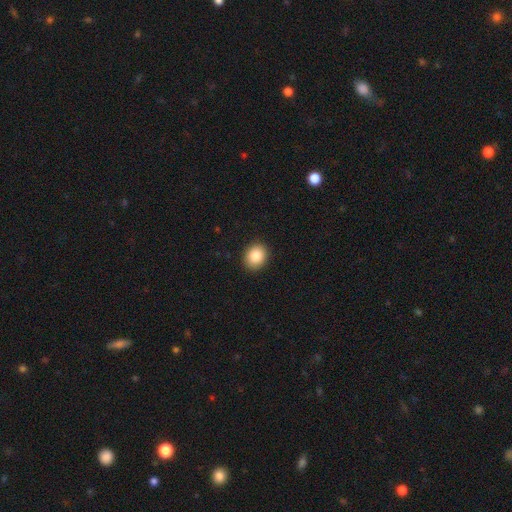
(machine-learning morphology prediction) Smooth or featured? smooth (85%)
How rounded? round (62%)
Merging? none (91%)